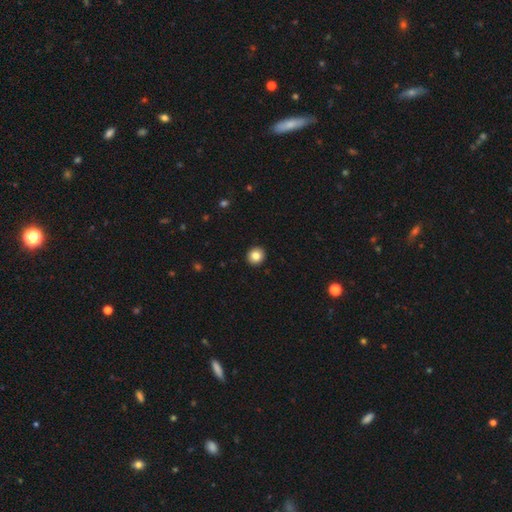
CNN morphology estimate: Smooth or featured? smooth (84%)
How rounded? round (90%)
Merging? none (93%)